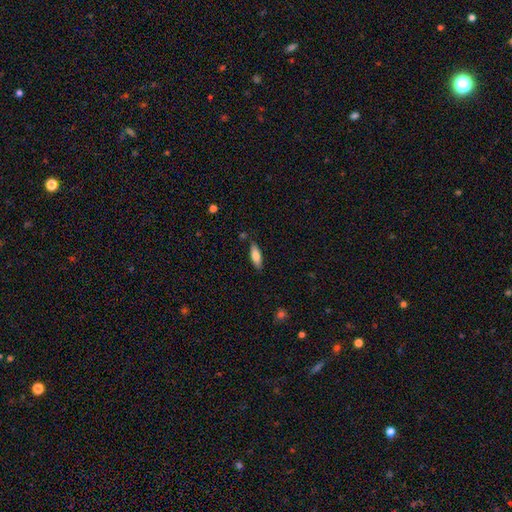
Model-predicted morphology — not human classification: smooth_or_featured: smooth (p=0.78) [alt: featured or disk p=0.16]
how_rounded: in between (p=0.59) [alt: cigar-shaped p=0.39]
merging: none (p=0.82) [alt: minor disturbance p=0.12]